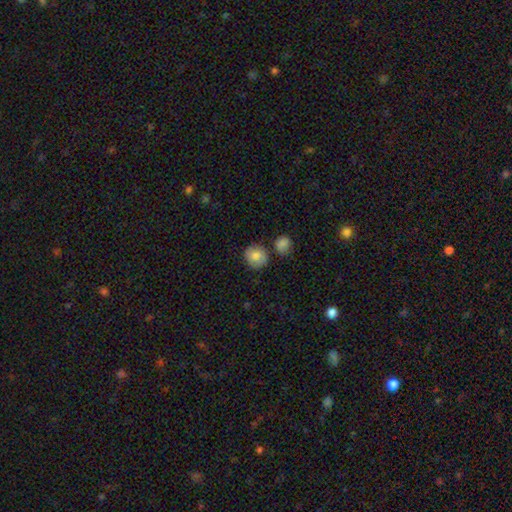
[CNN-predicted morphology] smooth_or_featured: smooth (p=0.81) [alt: featured or disk p=0.12]
how_rounded: round (p=0.84) [alt: in between p=0.15]
merging: none (p=0.73) [alt: minor disturbance p=0.15]